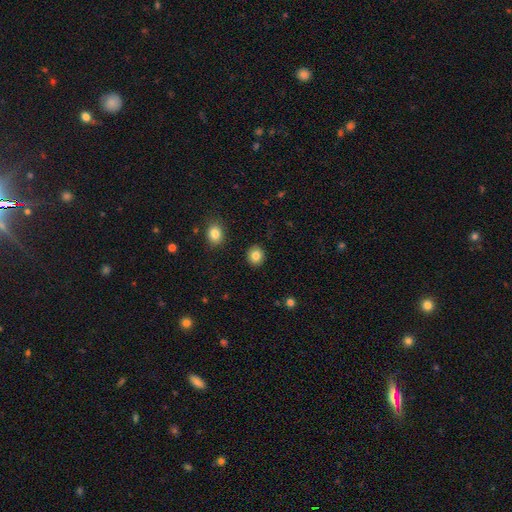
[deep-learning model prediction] This appears to be a smooth galaxy with no disk features (85%) that is round (79%). Merging: none (91%).